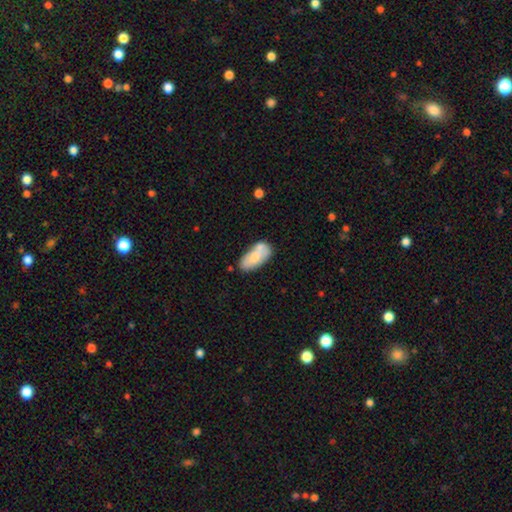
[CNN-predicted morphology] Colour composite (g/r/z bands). It shows a smooth galaxy with no disk features (72%) that is in between round and cigar-shaped (90%). Merging: none (52%).